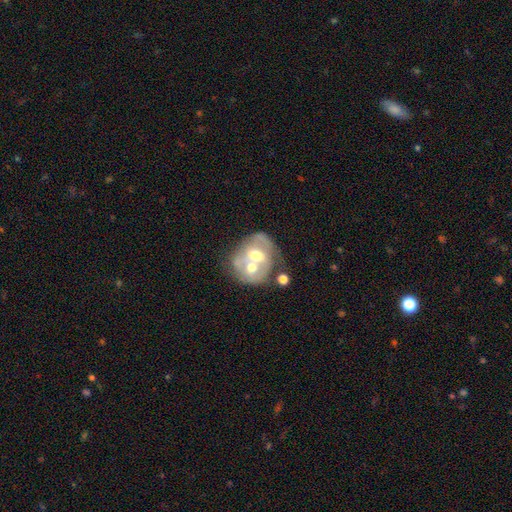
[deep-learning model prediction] A featured or disk galaxy (56%) with no bar (73%), no spiral arms (73%) and a moderate central bulge (73%). Merging: merger (61%).